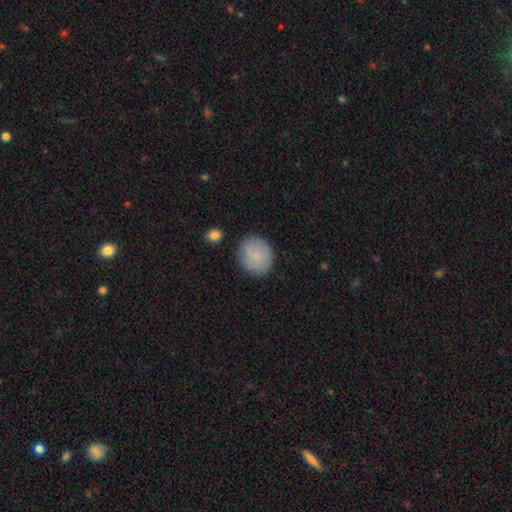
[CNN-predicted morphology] type=smooth (82%); roundness=round (74%); merging=none (82%).